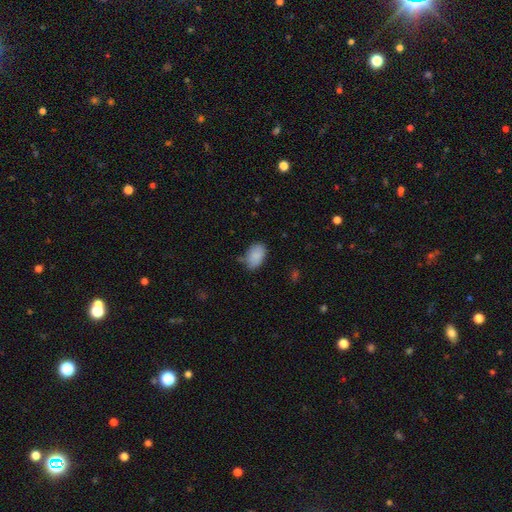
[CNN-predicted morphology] This is clearly a smooth galaxy (88%). How rounded: clearly in between (90%). Merging: likely none (65%).